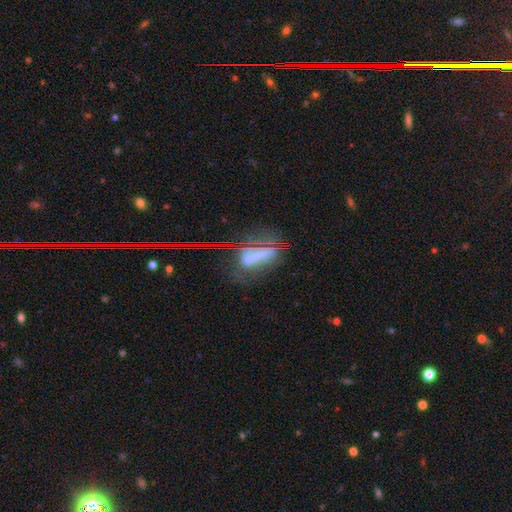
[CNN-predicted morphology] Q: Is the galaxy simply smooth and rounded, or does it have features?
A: smooth — 42%.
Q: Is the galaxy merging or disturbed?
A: none — 53%.